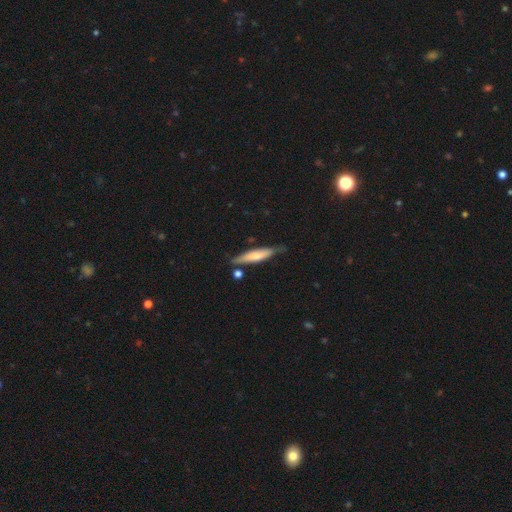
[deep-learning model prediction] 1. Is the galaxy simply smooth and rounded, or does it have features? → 57% smooth, 37% featured or disk, 6% star or artifact.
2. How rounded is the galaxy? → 82% cigar-shaped, 16% in between, 2% round.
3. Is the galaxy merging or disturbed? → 69% none, 21% minor disturbance, 6% merger, 4% major disturbance.